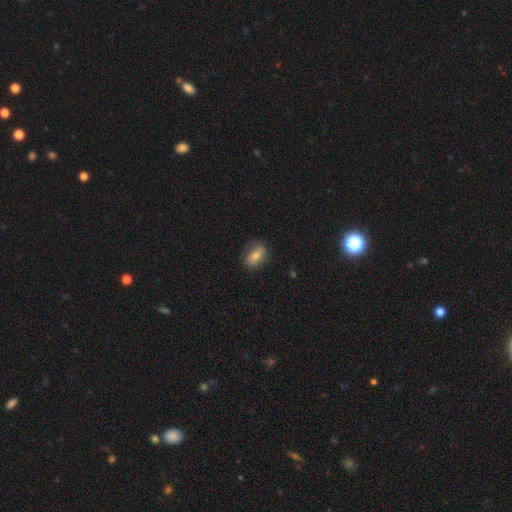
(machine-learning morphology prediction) smooth_or_featured: smooth (p=0.66) [alt: featured or disk p=0.26]
how_rounded: in between (p=0.82) [alt: round p=0.13]
merging: none (p=0.78) [alt: minor disturbance p=0.17]